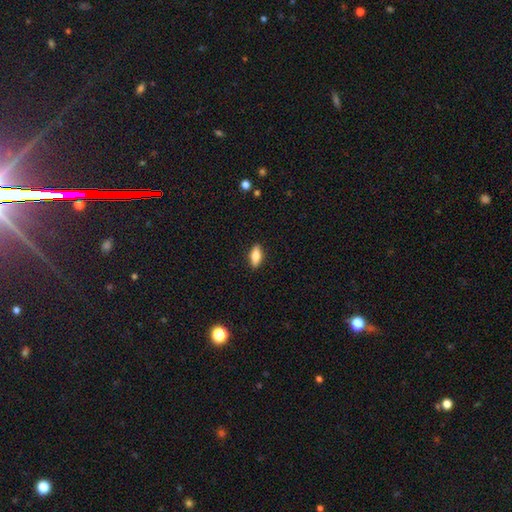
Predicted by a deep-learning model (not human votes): smooth 73%, featured or disk 20%, star or artifact 7%. Down the decision tree: how rounded — in between (74%); merging — none (89%).